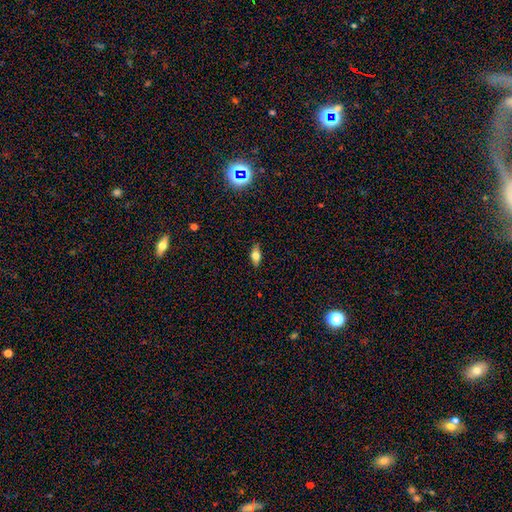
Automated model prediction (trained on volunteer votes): Smooth or featured: smooth — 61% (featured or disk — 29%)
How rounded: in between — 77% (cigar-shaped — 17%)
Merging: none — 84% (minor disturbance — 12%)